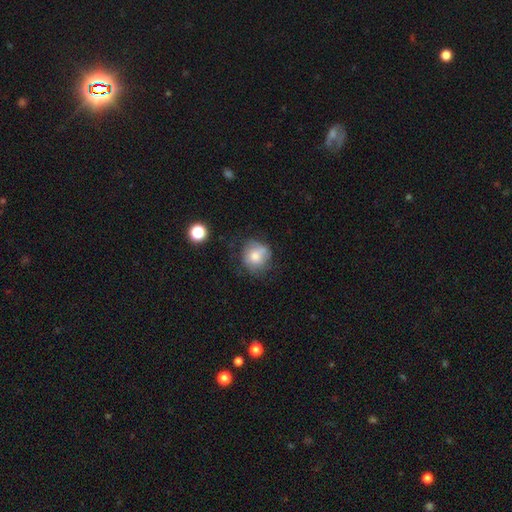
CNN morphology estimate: Smooth or featured? smooth (69%)
How rounded? round (78%)
Merging? none (53%)